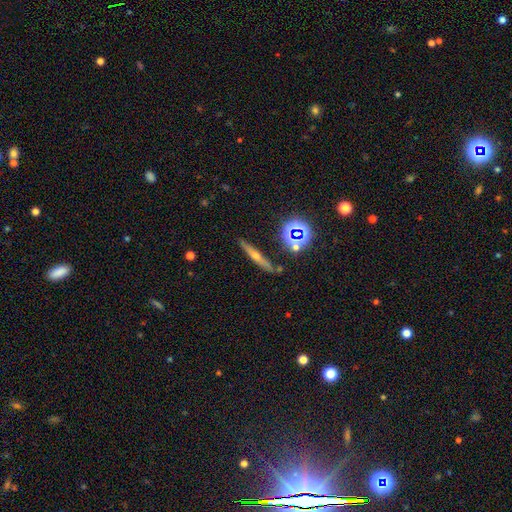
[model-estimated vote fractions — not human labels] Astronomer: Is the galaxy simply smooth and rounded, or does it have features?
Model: featured or disk — 53% (runner-up: smooth, 29%).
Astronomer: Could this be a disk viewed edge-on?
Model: yes — 93%.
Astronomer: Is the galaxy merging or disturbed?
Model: none — 86%.